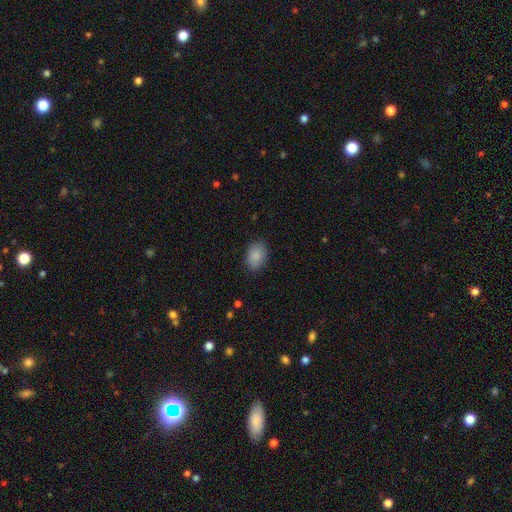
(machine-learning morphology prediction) A smooth galaxy with no disk features (88%) that is in between round and cigar-shaped (81%).

Vote fractions:
- Smooth or featured? smooth: 88% / star or artifact: 8% / featured or disk: 5%
- How rounded? in between: 81% / round: 18% / cigar-shaped: 1%
- Merging? none: 85% / minor disturbance: 11% / major disturbance: 3% / merger: 1%